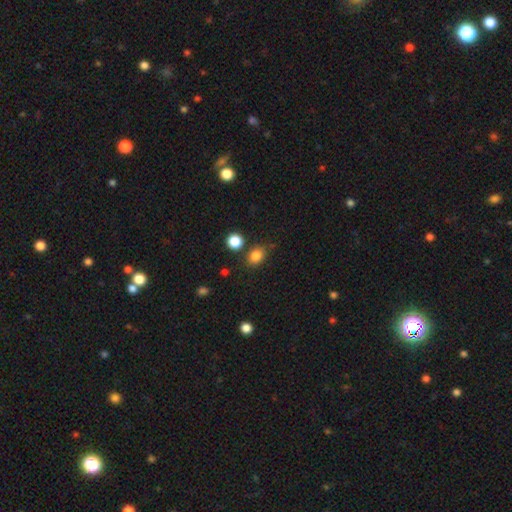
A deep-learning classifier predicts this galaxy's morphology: type=smooth (83%); roundness=round (50%); merging=none (75%).